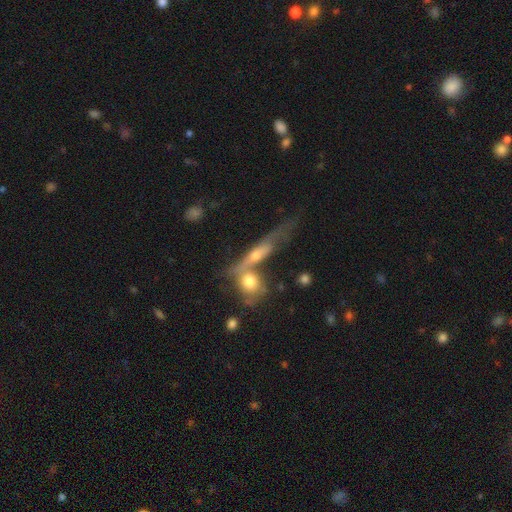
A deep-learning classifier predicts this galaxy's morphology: featured or disk 41%, smooth 38%, star or artifact 21%. Down the decision tree: merging — merger (43%).